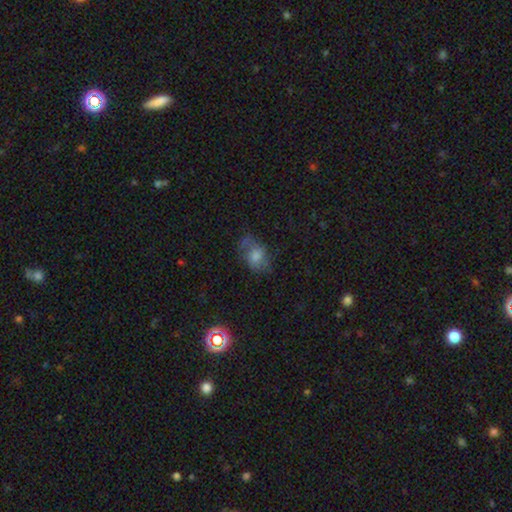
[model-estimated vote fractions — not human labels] A smooth galaxy with no disk features (51%) that is in between round and cigar-shaped (66%).

Vote fractions:
- Smooth or featured? smooth: 51% / featured or disk: 31% / star or artifact: 18%
- How rounded? in between: 66% / round: 33% / cigar-shaped: 2%
- Merging? none: 58% / minor disturbance: 25% / major disturbance: 14% / merger: 2%